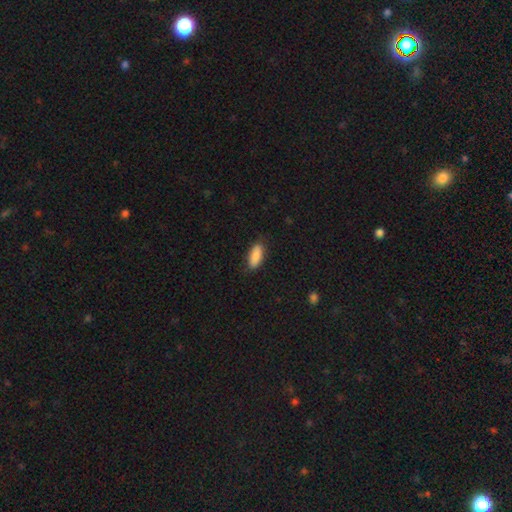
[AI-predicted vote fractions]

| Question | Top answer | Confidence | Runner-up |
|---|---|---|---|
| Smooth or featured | smooth | 89% | star or artifact (6%) |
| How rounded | in between | 83% | cigar-shaped (15%) |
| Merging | none | 83% | minor disturbance (13%) |